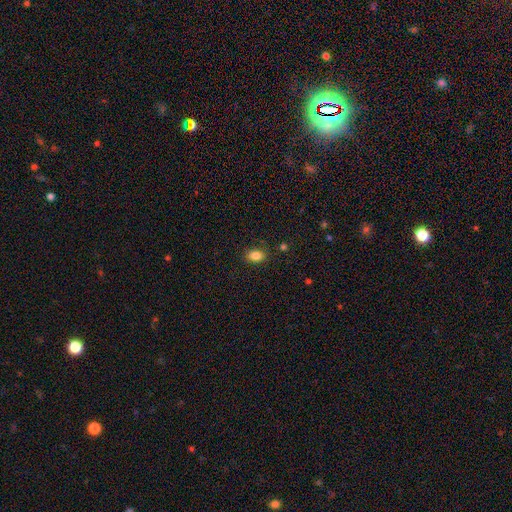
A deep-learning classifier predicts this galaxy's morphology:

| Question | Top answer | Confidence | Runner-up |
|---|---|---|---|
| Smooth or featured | smooth | 84% | star or artifact (10%) |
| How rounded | in between | 80% | round (18%) |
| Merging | none | 84% | minor disturbance (11%) |